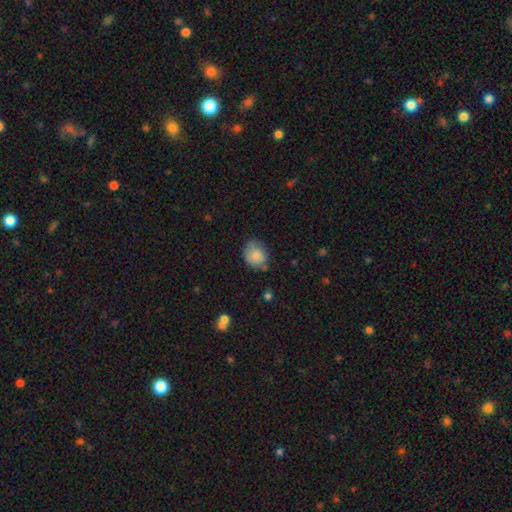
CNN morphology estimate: smooth-or-featured: smooth: 79% | featured or disk: 13% | star or artifact: 8%
  how-rounded: round: 58% | in between: 41% | cigar-shaped: 1%
  merging: none: 53% | minor disturbance: 34% | major disturbance: 9% | merger: 4%